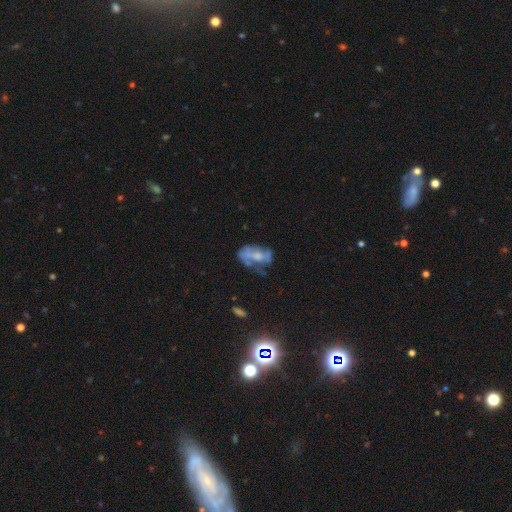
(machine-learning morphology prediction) Smooth or featured? Predicted: featured or disk (p=0.54). Edge-on disk? Predicted: no (p=0.94). Bar? Predicted: no (p=0.74). Spiral arms? Predicted: no (p=0.66). Bulge size? Predicted: moderate (p=0.37). Merging? Predicted: none (p=0.35).